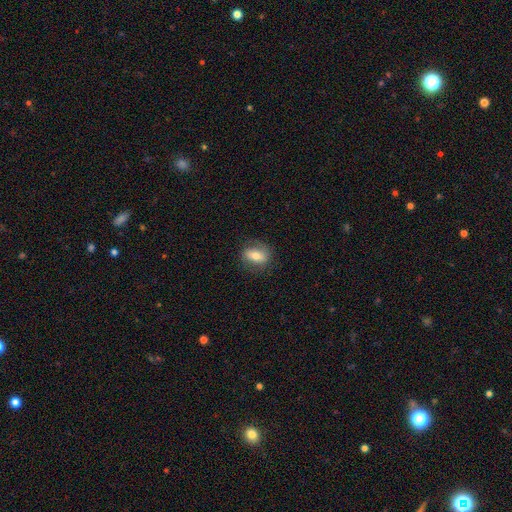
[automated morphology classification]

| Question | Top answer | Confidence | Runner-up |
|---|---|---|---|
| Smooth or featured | smooth | 61% | featured or disk (31%) |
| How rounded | in between | 68% | round (28%) |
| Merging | none | 79% | minor disturbance (14%) |